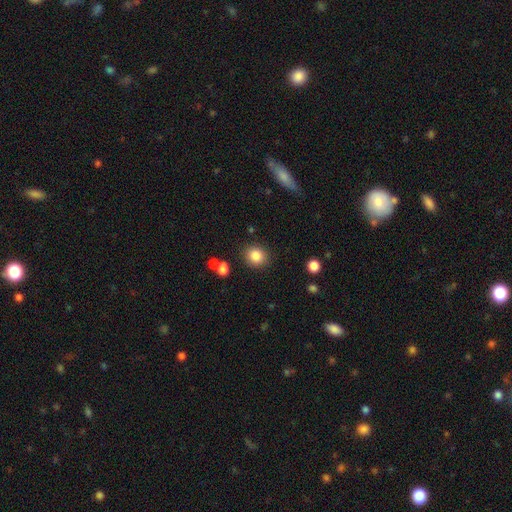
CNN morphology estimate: smooth_or_featured: smooth (p=0.85) [alt: star or artifact p=0.10]
how_rounded: round (p=0.77) [alt: in between p=0.22]
merging: none (p=0.85) [alt: minor disturbance p=0.09]